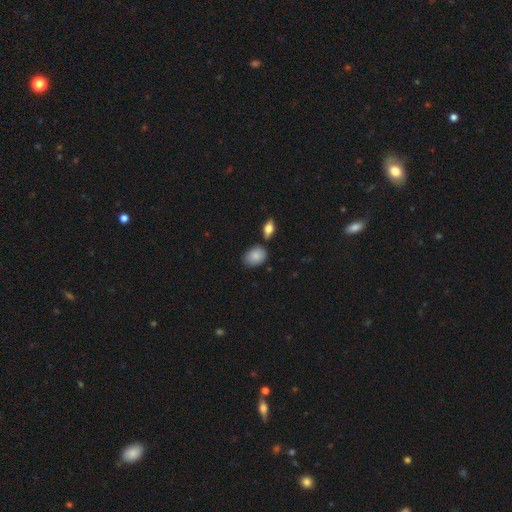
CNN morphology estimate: The model was most divided on "how rounded": in between: 78%, round: 21%, cigar-shaped: 2%. More confident: smooth or featured — smooth (87%); merging — none (74%).